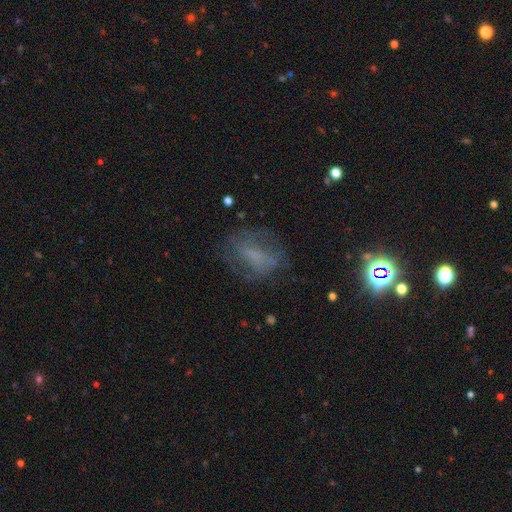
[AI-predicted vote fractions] This is marginally a smooth galaxy (42%). Merging: likely none (62%).